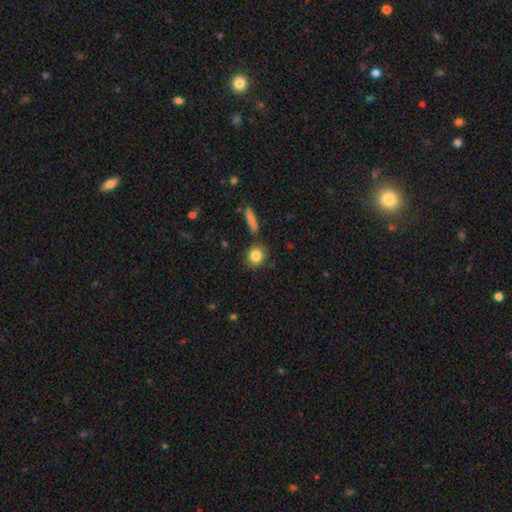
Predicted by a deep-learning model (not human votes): This is clearly a smooth galaxy (84%). How rounded: likely round (71%). Merging: likely none (77%).